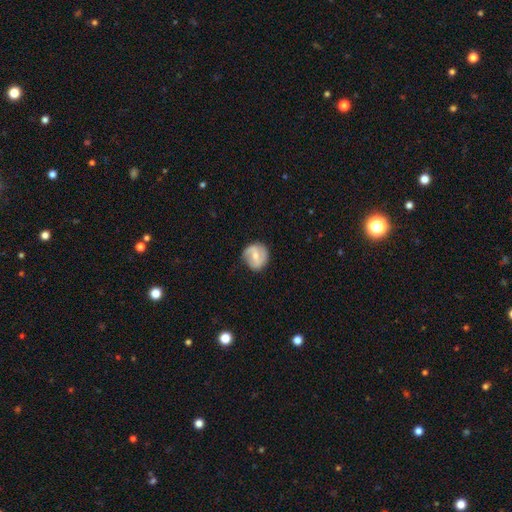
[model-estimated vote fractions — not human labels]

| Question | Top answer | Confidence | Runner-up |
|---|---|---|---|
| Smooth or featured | featured or disk | 56% | smooth (38%) |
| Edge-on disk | no | 97% | yes (3%) |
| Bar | weak | 50% | no (26%) |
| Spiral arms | yes | 76% | no (24%) |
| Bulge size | moderate | 54% | small (39%) |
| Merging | none | 75% | minor disturbance (18%) |